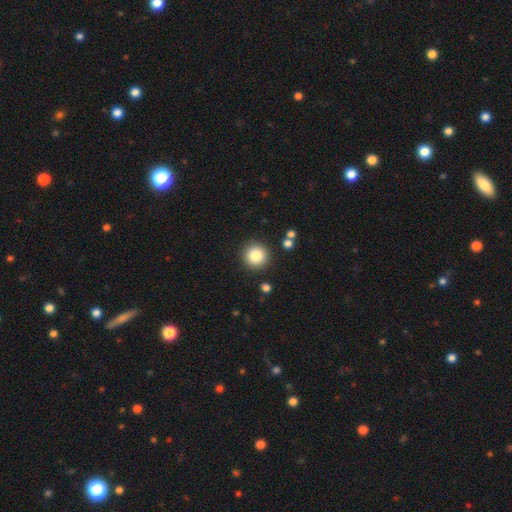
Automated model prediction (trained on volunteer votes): A smooth galaxy with no disk features (84%) that is round (94%).

Vote fractions:
- Smooth or featured? smooth: 84% / star or artifact: 10% / featured or disk: 6%
- How rounded? round: 94% / in between: 5% / cigar-shaped: 1%
- Merging? none: 89% / minor disturbance: 6% / merger: 3% / major disturbance: 2%